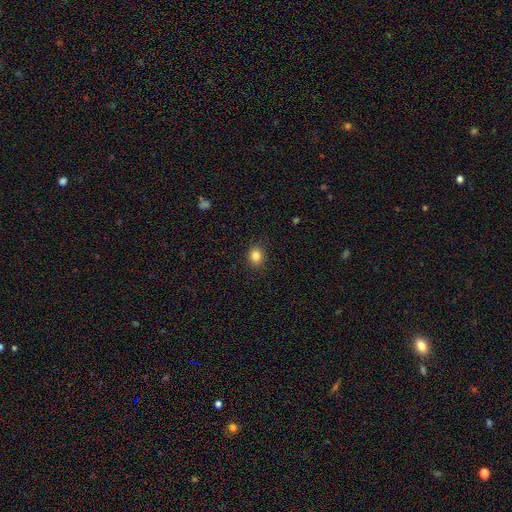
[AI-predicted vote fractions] A smooth galaxy with no disk features (84%) that is round (71%). Merging: none (90%).